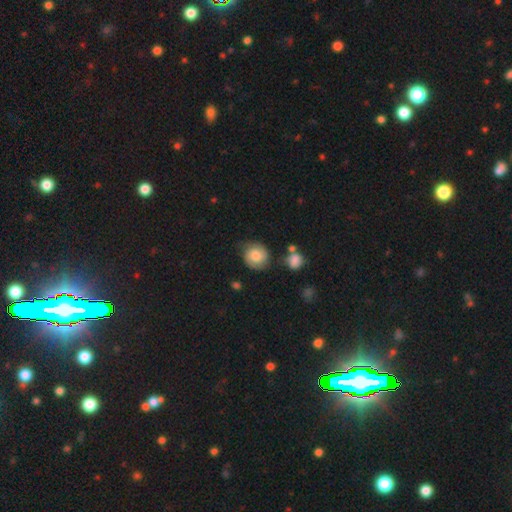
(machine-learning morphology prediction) smooth-or-featured: featured or disk: 46% (tied) | smooth: 46% (tied) | star or artifact: 8%
  merging: none: 71% | minor disturbance: 19% | major disturbance: 7% | merger: 4%